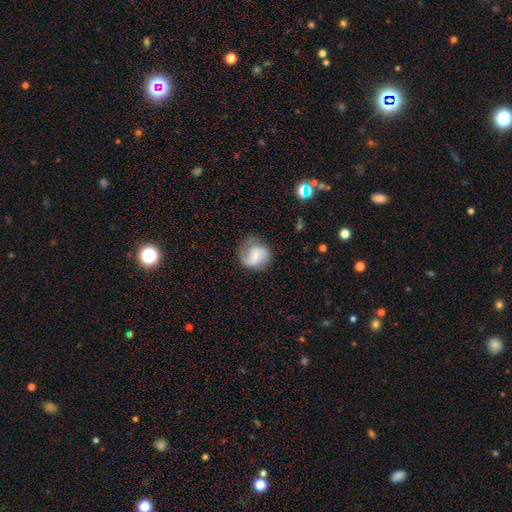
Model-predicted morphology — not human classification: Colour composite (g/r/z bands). It shows a featured or disk galaxy (48%). Merging: none (56%).